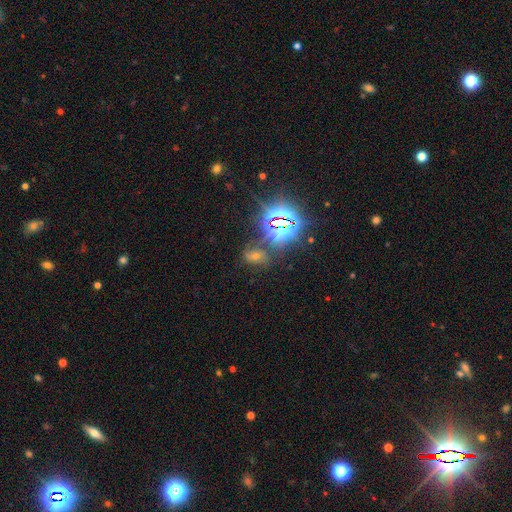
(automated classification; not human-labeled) Overall: star or artifact (64%).